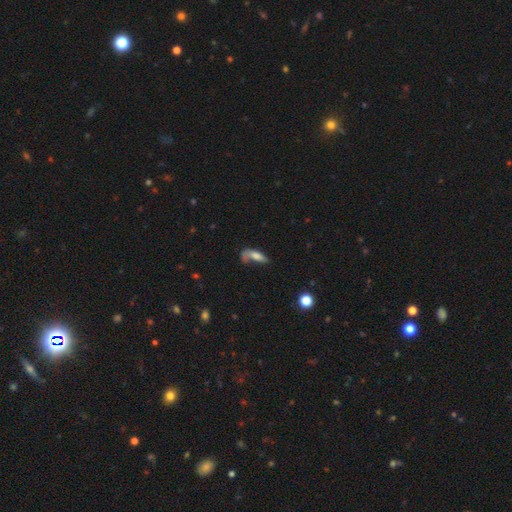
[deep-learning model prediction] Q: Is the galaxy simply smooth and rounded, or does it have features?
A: smooth — 63%.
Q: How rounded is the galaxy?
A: in between — 56%.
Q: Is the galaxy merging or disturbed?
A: none — 31%.